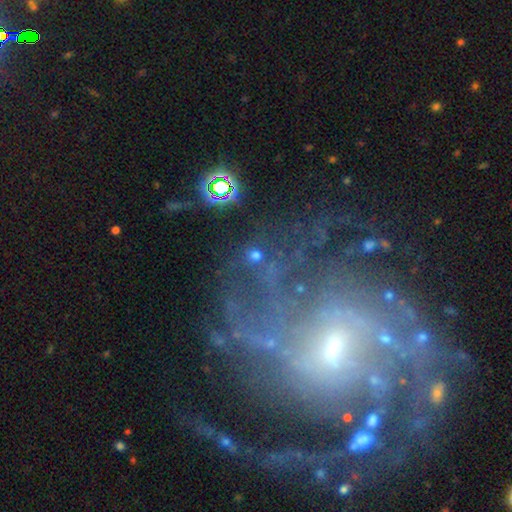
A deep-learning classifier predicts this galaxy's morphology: Smooth or featured: star or artifact — 42% (smooth — 40%)